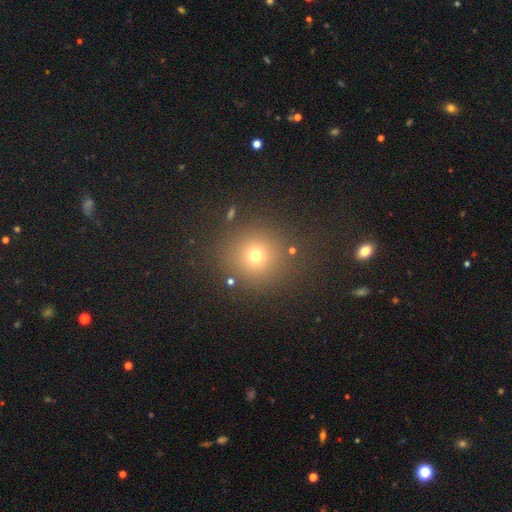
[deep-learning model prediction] This is likely a smooth galaxy (70%). How rounded: clearly round (91%). Merging: clearly none (84%).